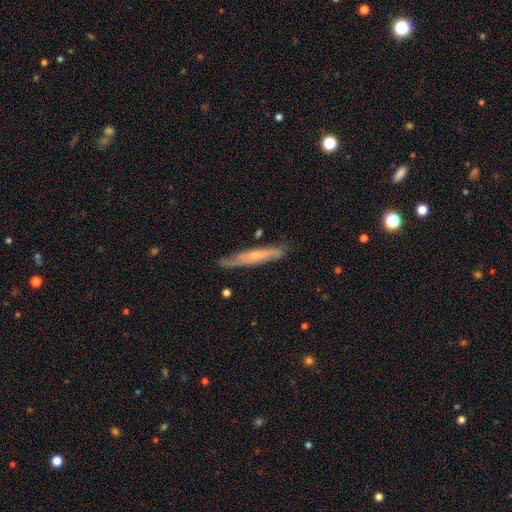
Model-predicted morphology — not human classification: This is possibly a featured or disk galaxy (56%). It is likely viewed edge-on (71%). Merging: likely none (76%).